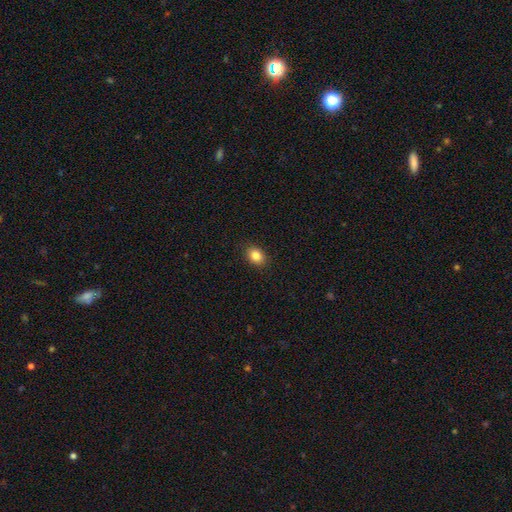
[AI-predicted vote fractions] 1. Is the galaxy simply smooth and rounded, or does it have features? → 85% smooth, 9% star or artifact, 5% featured or disk.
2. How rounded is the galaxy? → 63% in between, 36% round, 1% cigar-shaped.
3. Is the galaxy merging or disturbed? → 89% none, 8% minor disturbance, 2% major disturbance, 1% merger.